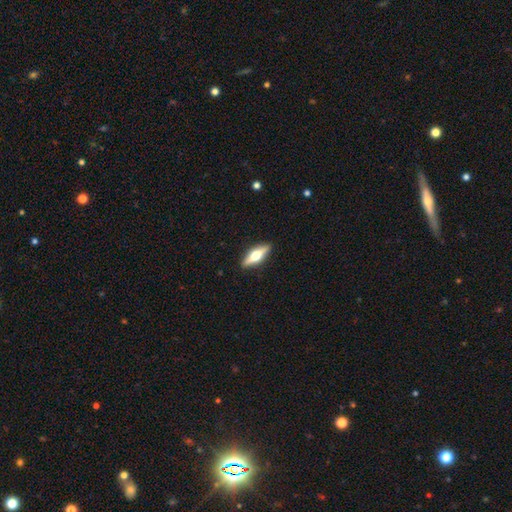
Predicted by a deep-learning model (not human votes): This is possibly a featured or disk galaxy (57%). It is clearly viewed edge-on (94%). Edge-on bulge: clearly rounded (95%). Merging: clearly none (90%).